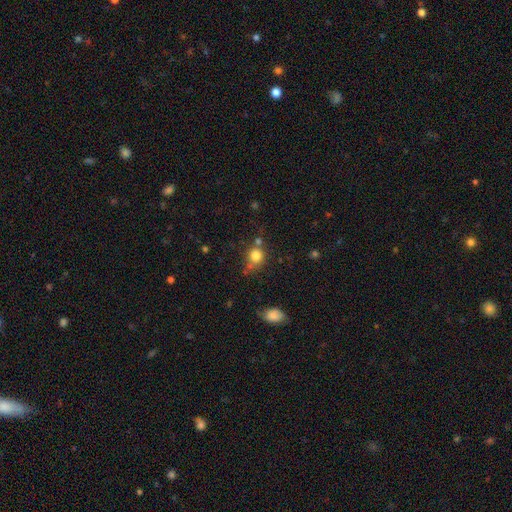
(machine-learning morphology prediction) Overall: smooth (81%). How rounded: round (82%). Merging: none (62%).